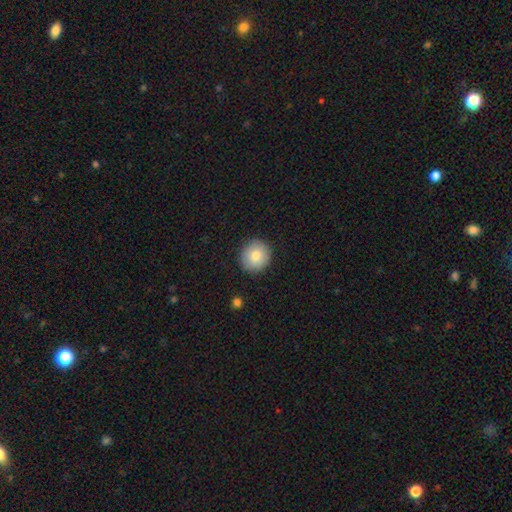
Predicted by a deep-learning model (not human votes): Smooth or featured: smooth — 81% (featured or disk — 11%)
How rounded: round — 89% (in between — 10%)
Merging: none — 89% (minor disturbance — 8%)